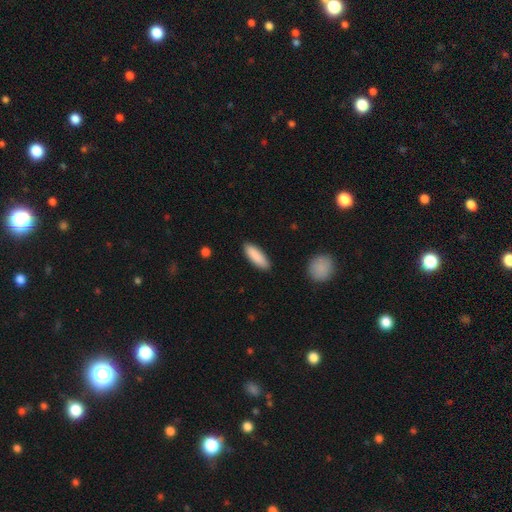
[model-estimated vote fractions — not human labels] This appears to be a smooth galaxy with no disk features (89%) that is in between round and cigar-shaped (54%). Merging: none (88%).